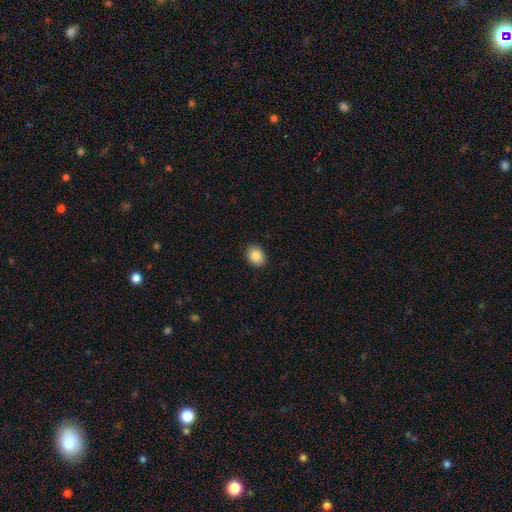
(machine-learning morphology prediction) smooth_or_featured: smooth (p=0.86) [alt: star or artifact p=0.08]
how_rounded: in between (p=0.58) [alt: round p=0.41]
merging: none (p=0.90) [alt: minor disturbance p=0.07]